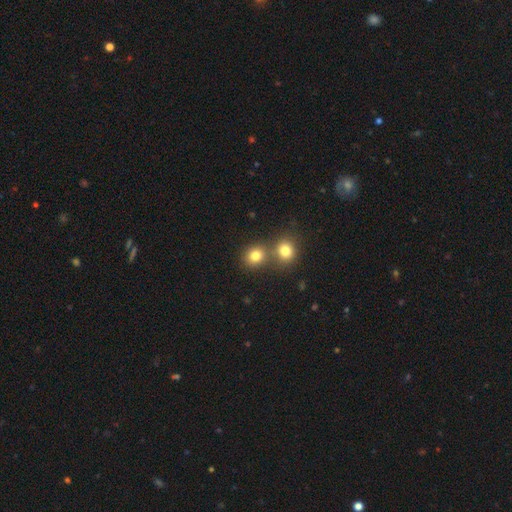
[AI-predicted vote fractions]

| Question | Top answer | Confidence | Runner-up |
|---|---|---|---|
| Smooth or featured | smooth | 81% | star or artifact (12%) |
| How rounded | round | 79% | in between (20%) |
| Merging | none | 58% | merger (32%) |